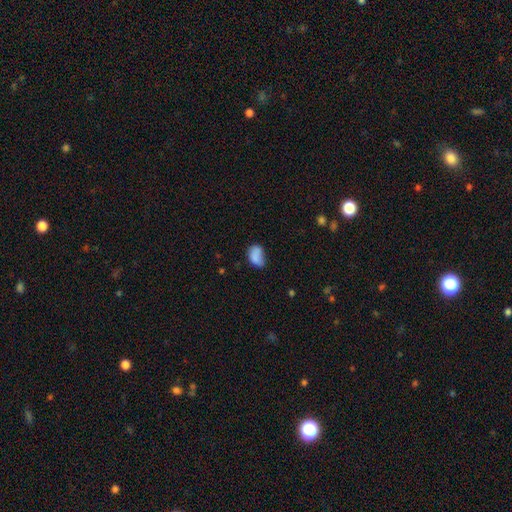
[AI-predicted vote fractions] The model was most divided on "merging": none: 43%, minor disturbance: 37%, major disturbance: 14%, merger: 6%. More confident: how rounded — in between (84%); smooth or featured — smooth (81%).